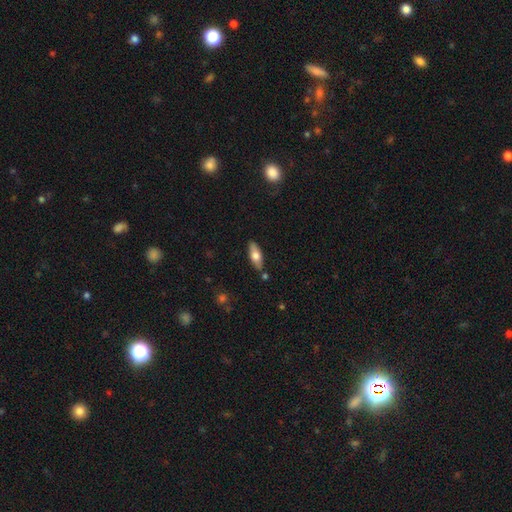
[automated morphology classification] Smooth or featured? Predicted: smooth (p=0.65). How rounded? Predicted: in between (p=0.71). Merging? Predicted: none (p=0.81).